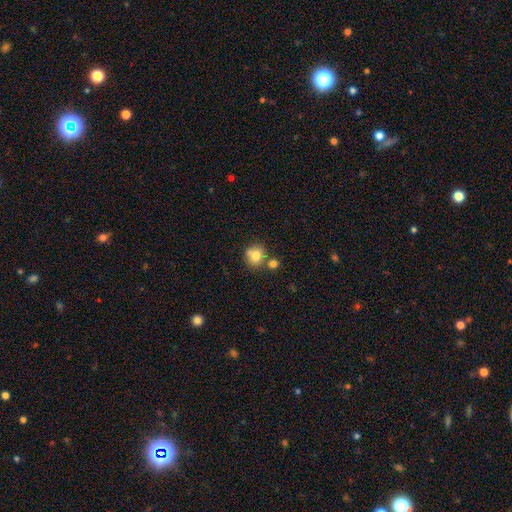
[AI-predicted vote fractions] Smooth or featured? Predicted: smooth (p=0.76). How rounded? Predicted: round (p=0.83). Merging? Predicted: none (p=0.59).